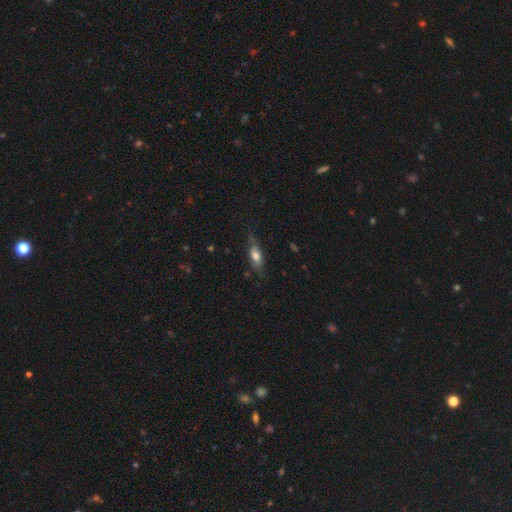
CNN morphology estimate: Smooth or featured: smooth — 64% (featured or disk — 28%)
How rounded: in between — 62% (cigar-shaped — 34%)
Merging: none — 66% (minor disturbance — 25%)